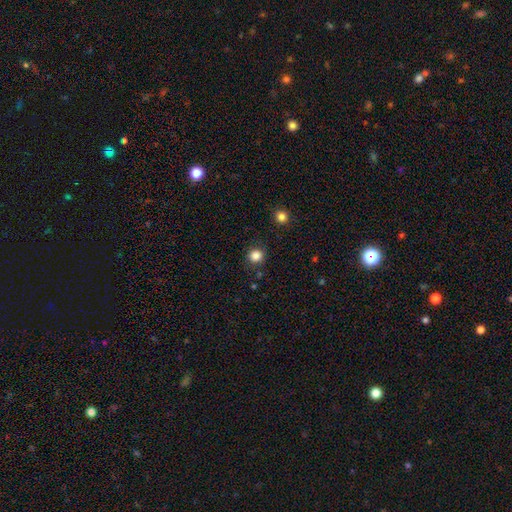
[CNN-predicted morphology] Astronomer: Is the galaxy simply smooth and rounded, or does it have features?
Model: smooth — 84%.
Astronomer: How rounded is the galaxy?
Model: round — 89%.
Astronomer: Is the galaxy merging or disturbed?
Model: none — 88%.